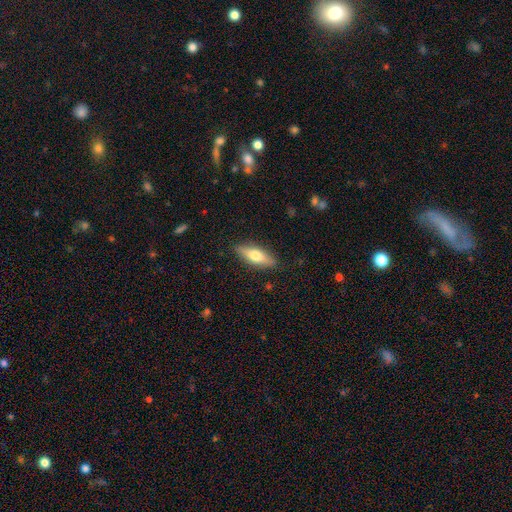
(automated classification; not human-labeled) smooth 59%, featured or disk 35%, star or artifact 6%. Down the decision tree: how rounded — in between (56%); merging — none (86%).